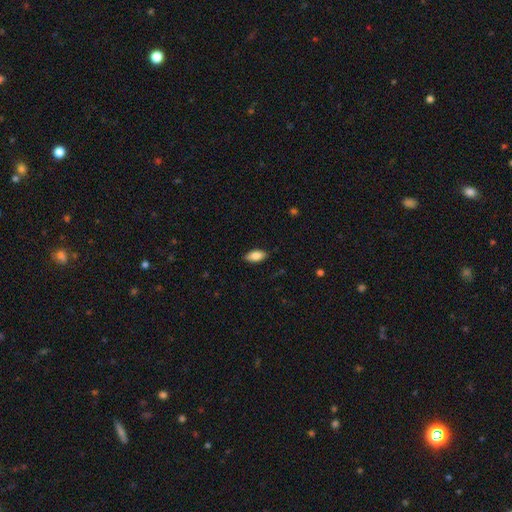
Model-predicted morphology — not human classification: Smooth or featured: smooth — 83% (featured or disk — 10%)
How rounded: in between — 90% (cigar-shaped — 8%)
Merging: none — 87% (minor disturbance — 10%)